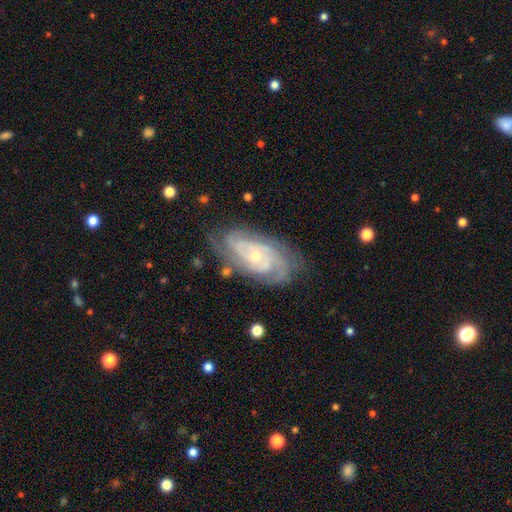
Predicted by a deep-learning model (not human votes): smooth_or_featured: featured or disk (p=0.89) [alt: smooth p=0.06]
disk_edge_on: no (p=0.95) [alt: yes p=0.05]
bar: no (p=0.71) [alt: weak p=0.22]
has_spiral_arms: yes (p=0.97) [alt: no p=0.03]
spiral_winding: tight (p=0.70) [alt: medium p=0.25]
spiral_arm_count: 3 (p=0.29) [alt: 2 p=0.25]
bulge_size: small (p=0.67) [alt: moderate p=0.30]
merging: none (p=0.74) [alt: minor disturbance p=0.18]